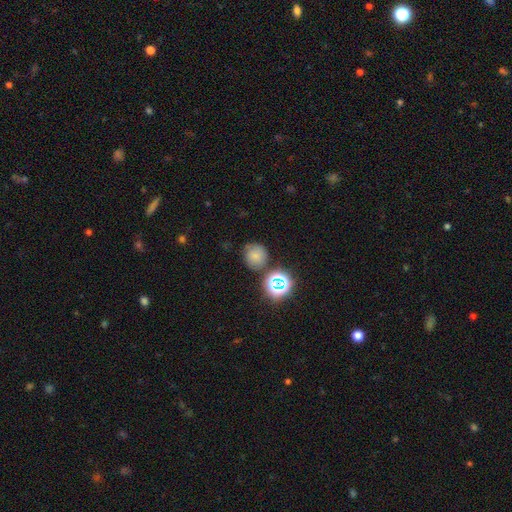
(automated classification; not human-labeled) This is likely a smooth galaxy (67%). How rounded: clearly round (86%). Merging: likely none (69%).